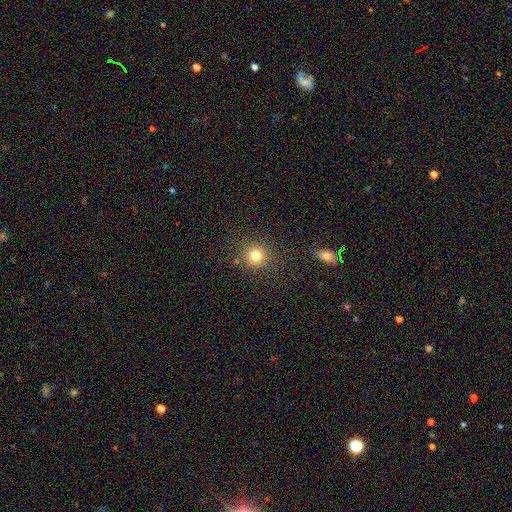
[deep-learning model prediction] This appears to be a smooth galaxy with no disk features (80%) that is round (92%). Merging: none (83%).